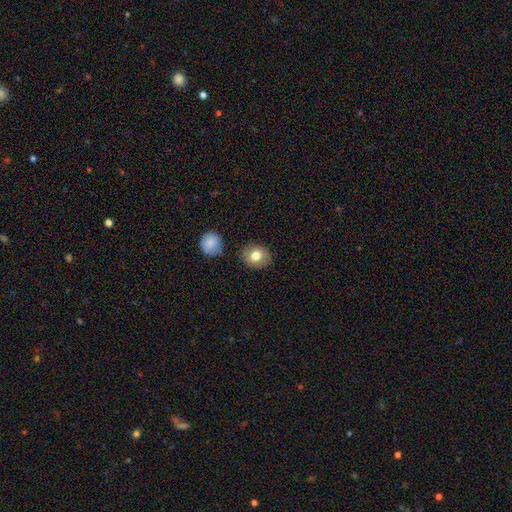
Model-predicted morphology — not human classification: A smooth galaxy with no disk features (79%) that is round (68%). Merging: none (83%).